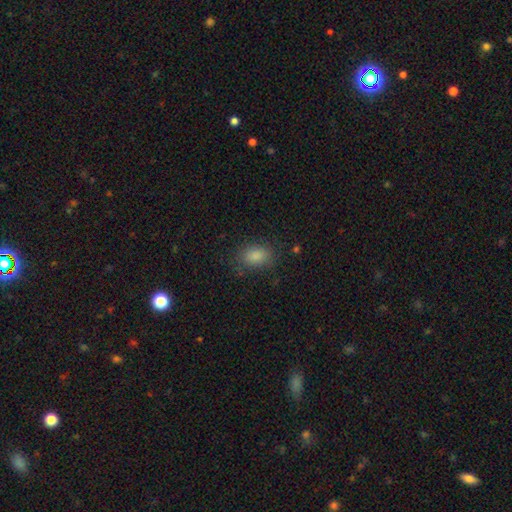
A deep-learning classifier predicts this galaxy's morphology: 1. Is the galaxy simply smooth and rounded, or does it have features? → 86% smooth, 9% star or artifact, 5% featured or disk.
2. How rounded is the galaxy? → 82% in between, 16% round, 2% cigar-shaped.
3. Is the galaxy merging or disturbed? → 80% none, 14% minor disturbance, 5% major disturbance, 1% merger.